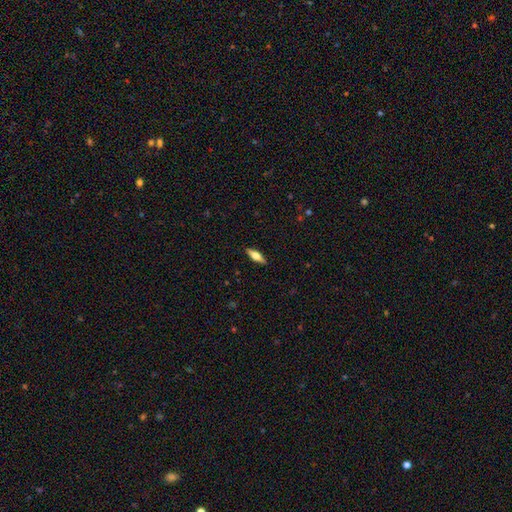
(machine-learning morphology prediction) A smooth galaxy with no disk features (52%) that is in between round and cigar-shaped (50%). Merging: none (89%).